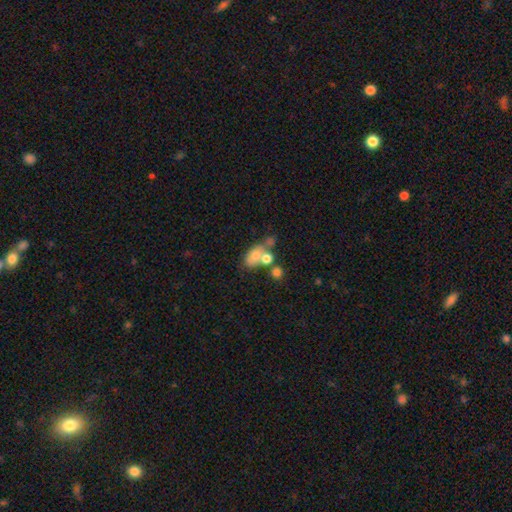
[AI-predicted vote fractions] Smooth or featured? Predicted: smooth (p=0.68). How rounded? Predicted: in between (p=0.78). Merging? Predicted: merger (p=0.46).